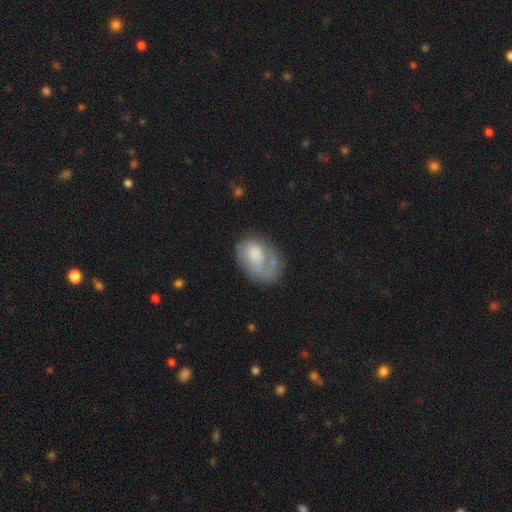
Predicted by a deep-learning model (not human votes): Smooth or featured? smooth (50%)
How rounded? in between (77%)
Merging? none (40%)